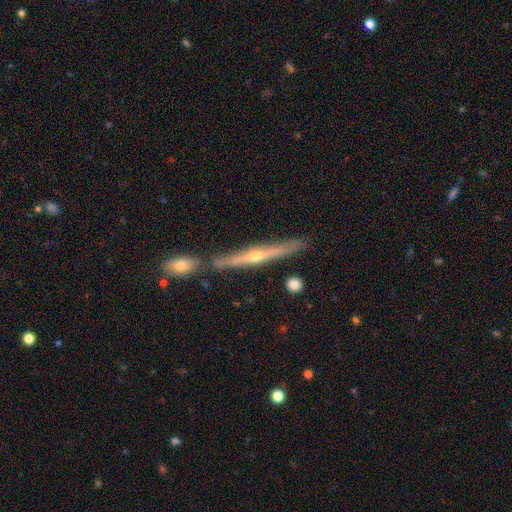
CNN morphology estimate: Smooth or featured?
  - featured or disk: 76% *
  - smooth: 17%
  - star or artifact: 6%
Edge-on disk?
  - yes: 96% *
  - no: 4%
Edge-on bulge?
  - rounded: 83% *
  - none: 14%
  - boxy: 3%
Merging?
  - none: 74% *
  - merger: 14%
  - minor disturbance: 10%
  - major disturbance: 2%